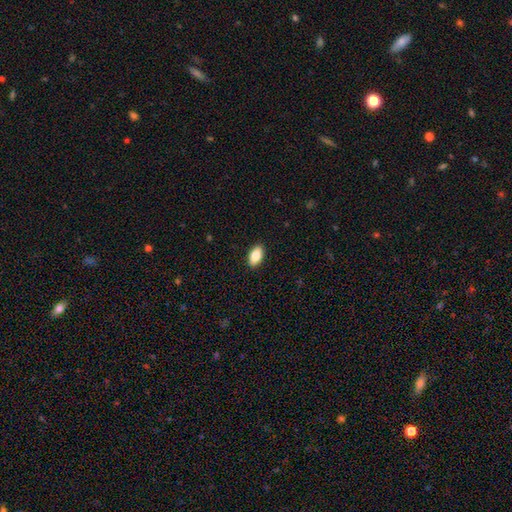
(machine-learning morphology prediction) Smooth or featured? smooth (84%)
How rounded? in between (92%)
Merging? none (90%)